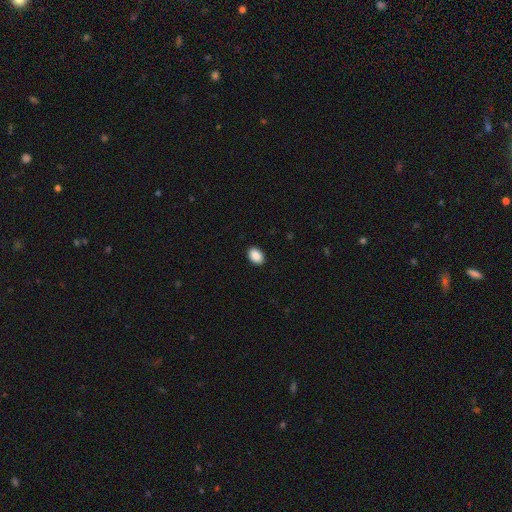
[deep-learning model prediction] smooth 89%, star or artifact 8%, featured or disk 3%. Down the decision tree: how rounded — in between (79%); merging — none (91%).